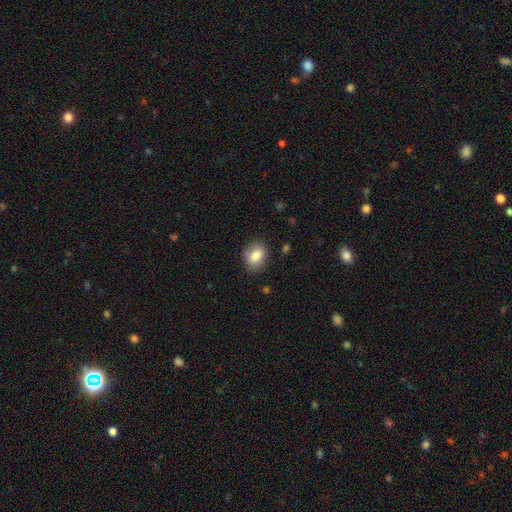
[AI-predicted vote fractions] smooth_or_featured: smooth (p=0.83) [alt: star or artifact p=0.08]
how_rounded: in between (p=0.58) [alt: round p=0.41]
merging: none (p=0.82) [alt: minor disturbance p=0.14]